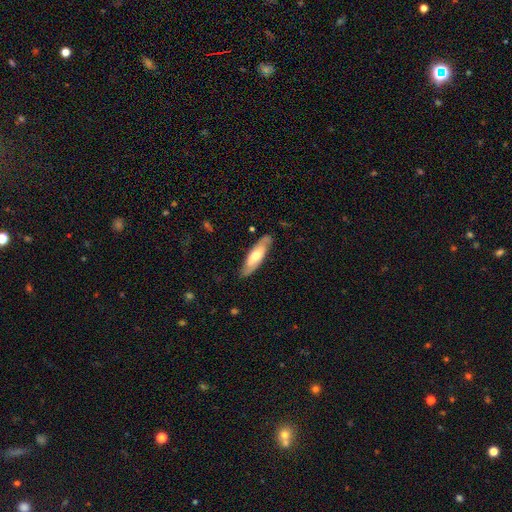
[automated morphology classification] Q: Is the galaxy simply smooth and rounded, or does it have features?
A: smooth — 49%.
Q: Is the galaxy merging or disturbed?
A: none — 82%.